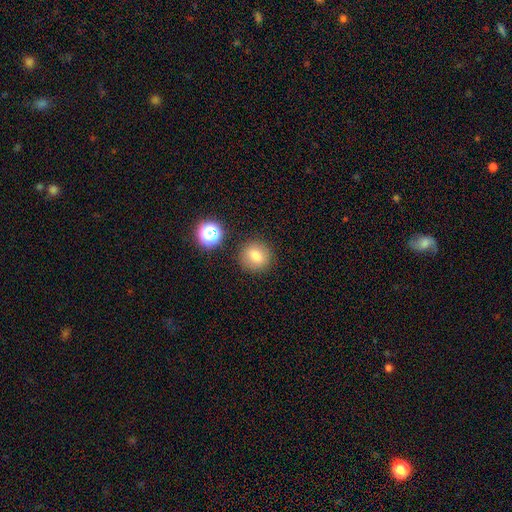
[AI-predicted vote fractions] Overall: smooth (76%). How rounded: round (88%). Merging: none (86%).